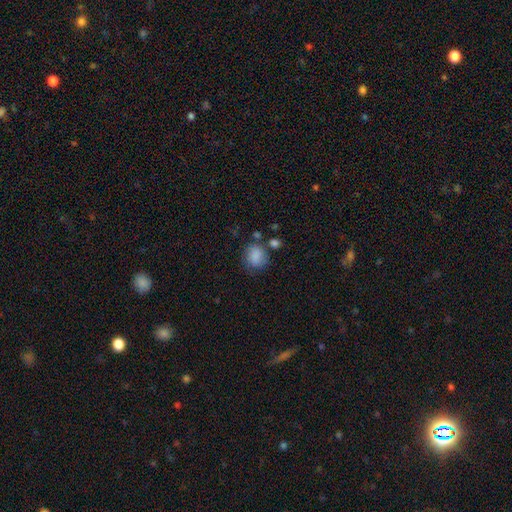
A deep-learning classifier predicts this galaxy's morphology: Q: Smooth or featured?
A: smooth (84%); runner-up: star or artifact (9%)
Q: How rounded?
A: round (64%); runner-up: in between (35%)
Q: Merging?
A: none (62%); runner-up: minor disturbance (21%)